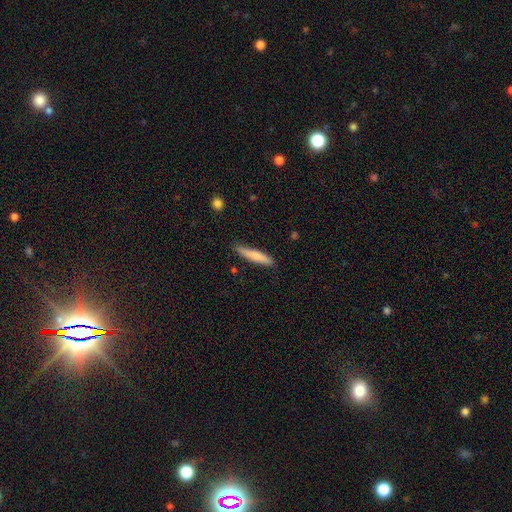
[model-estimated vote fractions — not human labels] A smooth galaxy with no disk features (74%) that is cigar-shaped (89%).

Vote fractions:
- Smooth or featured? smooth: 74% / featured or disk: 21% / star or artifact: 6%
- How rounded? cigar-shaped: 89% / in between: 9% / round: 1%
- Merging? none: 84% / minor disturbance: 12% / major disturbance: 2% / merger: 2%